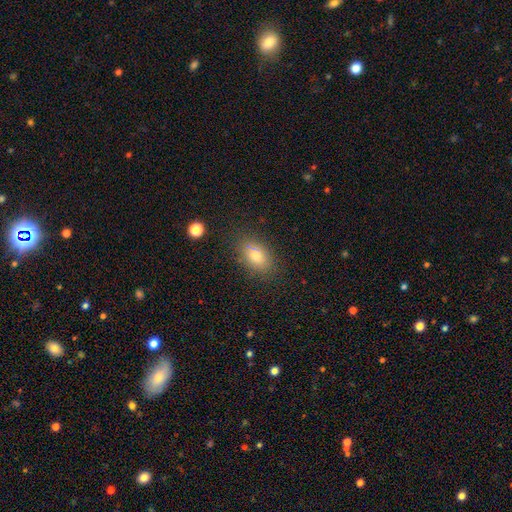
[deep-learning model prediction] smooth_or_featured: smooth (p=0.78) [alt: featured or disk p=0.12]
how_rounded: in between (p=0.86) [alt: round p=0.11]
merging: none (p=0.82) [alt: minor disturbance p=0.13]